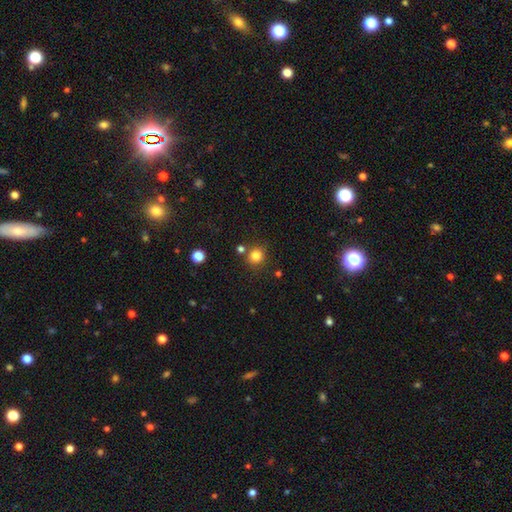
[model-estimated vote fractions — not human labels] Smooth or featured? Predicted: smooth (p=0.82). How rounded? Predicted: round (p=0.91). Merging? Predicted: none (p=0.80).